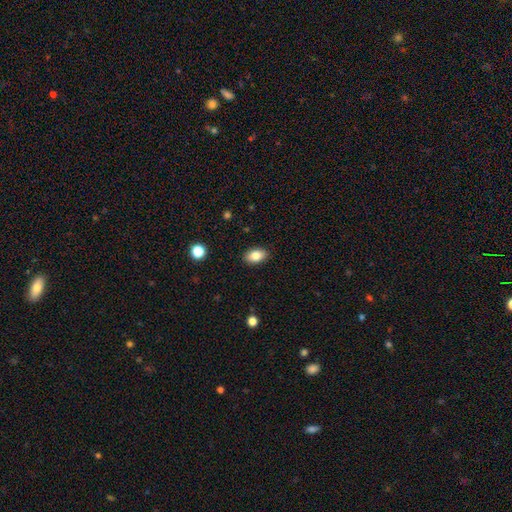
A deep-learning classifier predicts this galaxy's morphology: A smooth galaxy with no disk features (82%) that is in between round and cigar-shaped (89%).

Vote fractions:
- Smooth or featured? smooth: 82% / featured or disk: 9% / star or artifact: 8%
- How rounded? in between: 89% / round: 9% / cigar-shaped: 2%
- Merging? none: 89% / minor disturbance: 8% / major disturbance: 2% / merger: 1%